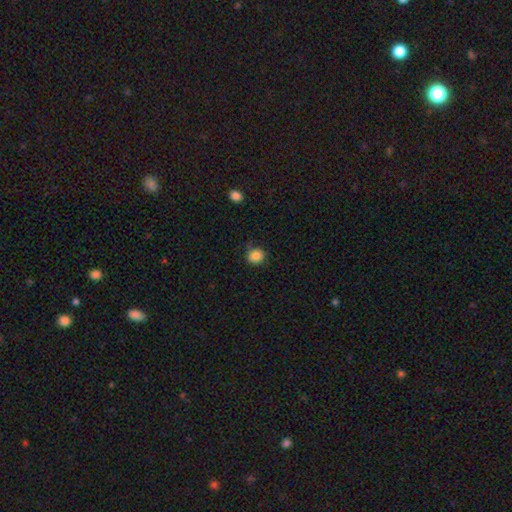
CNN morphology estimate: smooth_or_featured: smooth (p=0.85) [alt: star or artifact p=0.10]
how_rounded: round (p=0.84) [alt: in between p=0.15]
merging: none (p=0.72) [alt: minor disturbance p=0.21]